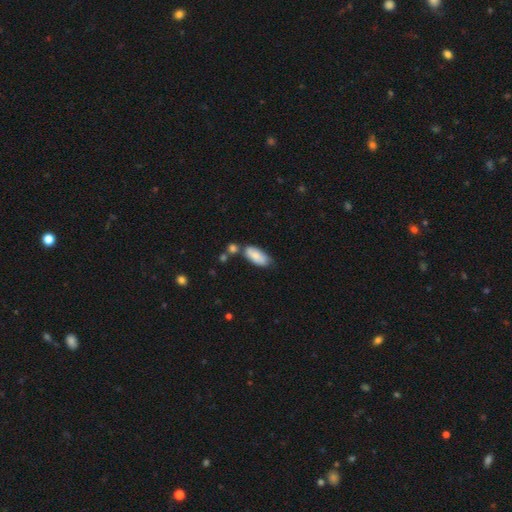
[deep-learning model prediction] smooth_or_featured: smooth (p=0.79) [alt: featured or disk p=0.14]
how_rounded: in between (p=0.87) [alt: cigar-shaped p=0.11]
merging: none (p=0.50) [alt: minor disturbance p=0.24]